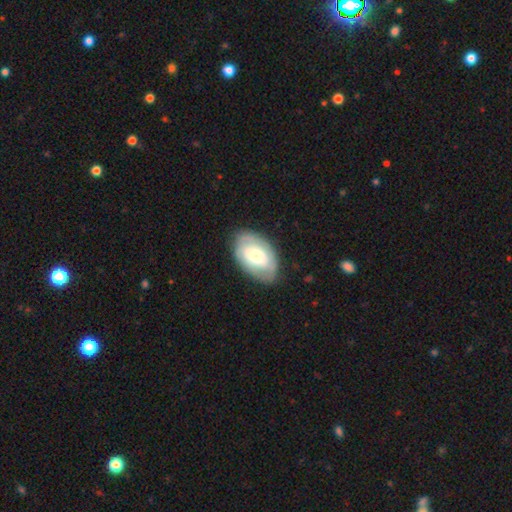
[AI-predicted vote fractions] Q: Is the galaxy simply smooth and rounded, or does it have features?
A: smooth — 51%.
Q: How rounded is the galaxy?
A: in between — 90%.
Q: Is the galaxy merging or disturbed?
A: none — 76%.